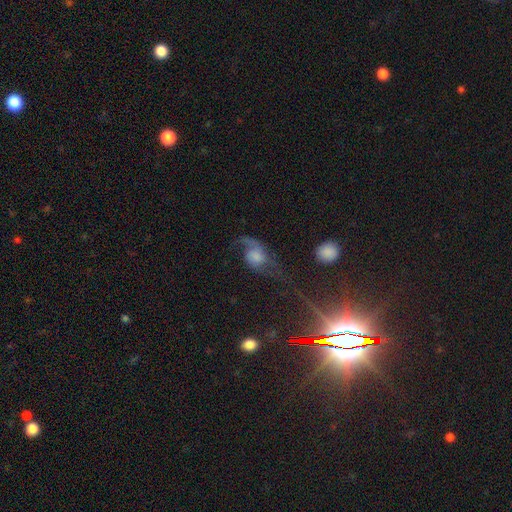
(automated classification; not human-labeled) Smooth or featured? Predicted: featured or disk (p=0.63). Edge-on disk? Predicted: no (p=0.95). Bar? Predicted: no (p=0.70). Spiral arms? Predicted: yes (p=0.87). Spiral winding? Predicted: loose (p=0.72). Spiral arm count? Predicted: 2 (p=0.70). Bulge size? Predicted: large (p=0.25). Merging? Predicted: major disturbance (p=0.42).